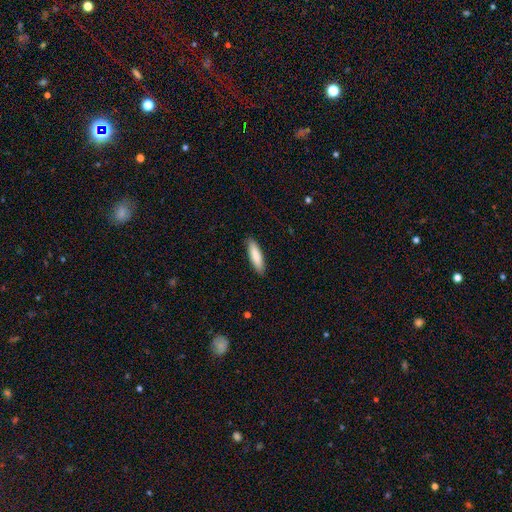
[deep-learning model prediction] smooth_or_featured: smooth (p=0.85) [alt: featured or disk p=0.09]
how_rounded: cigar-shaped (p=0.66) [alt: in between p=0.33]
merging: none (p=0.89) [alt: minor disturbance p=0.08]